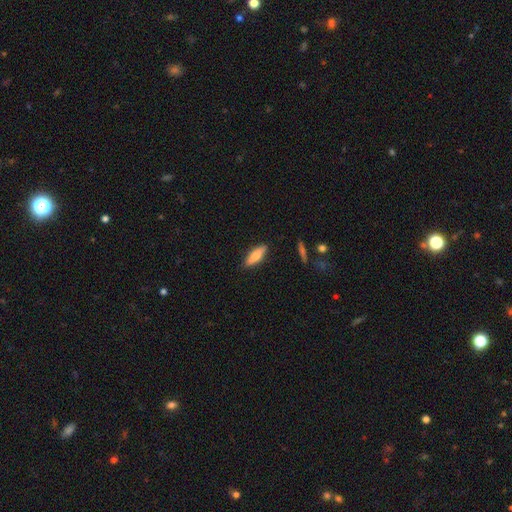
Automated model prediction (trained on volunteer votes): A smooth galaxy with no disk features (66%) that is cigar-shaped (53%).

Vote fractions:
- Smooth or featured? smooth: 66% / featured or disk: 28% / star or artifact: 6%
- How rounded? cigar-shaped: 53% / in between: 45% / round: 2%
- Merging? none: 87% / minor disturbance: 10% / major disturbance: 2% / merger: 1%